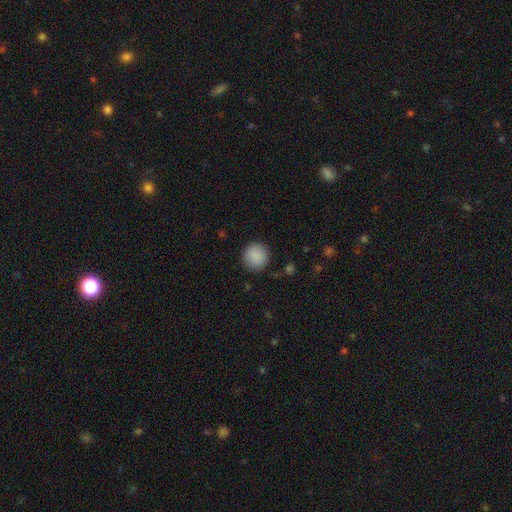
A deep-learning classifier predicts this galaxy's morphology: smooth 89%, star or artifact 8%, featured or disk 4%. Down the decision tree: how rounded — round (93%); merging — none (89%).